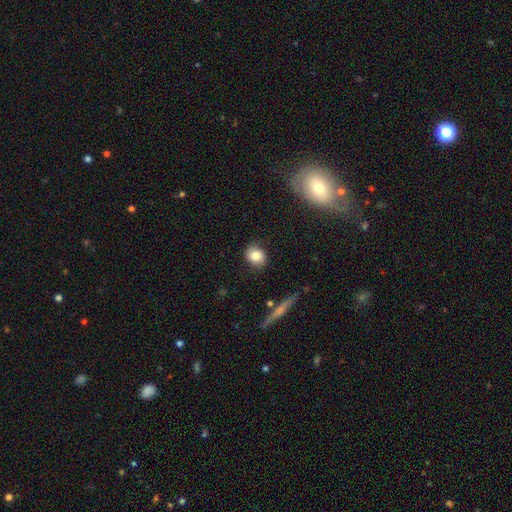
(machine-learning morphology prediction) A smooth galaxy with no disk features (78%) that is round (69%).

Vote fractions:
- Smooth or featured? smooth: 78% / featured or disk: 14% / star or artifact: 9%
- How rounded? round: 69% / in between: 29% / cigar-shaped: 2%
- Merging? none: 79% / minor disturbance: 15% / major disturbance: 4% / merger: 2%